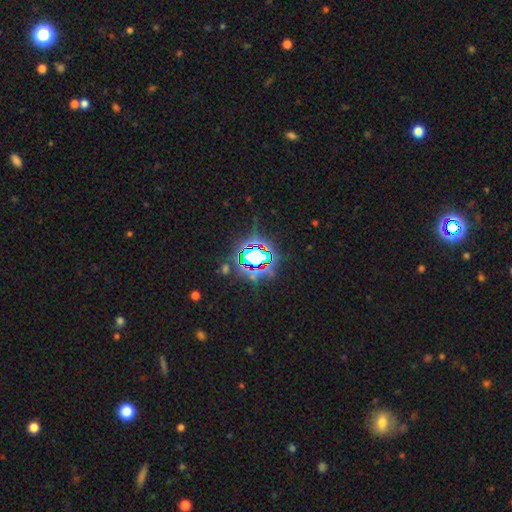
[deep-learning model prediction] A star or artifact, not a galaxy (79%).